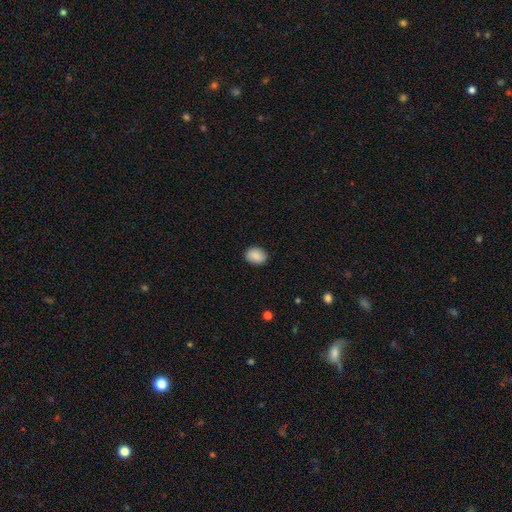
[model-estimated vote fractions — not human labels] Q: Smooth or featured?
A: smooth (86%); runner-up: star or artifact (7%)
Q: How rounded?
A: in between (63%); runner-up: round (36%)
Q: Merging?
A: none (85%); runner-up: minor disturbance (11%)